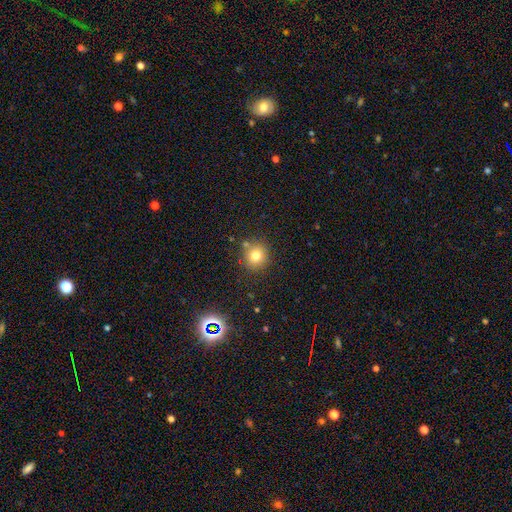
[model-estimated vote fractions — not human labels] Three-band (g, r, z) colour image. It shows a smooth galaxy with no disk features (76%) that is round (90%). Merging: none (81%).